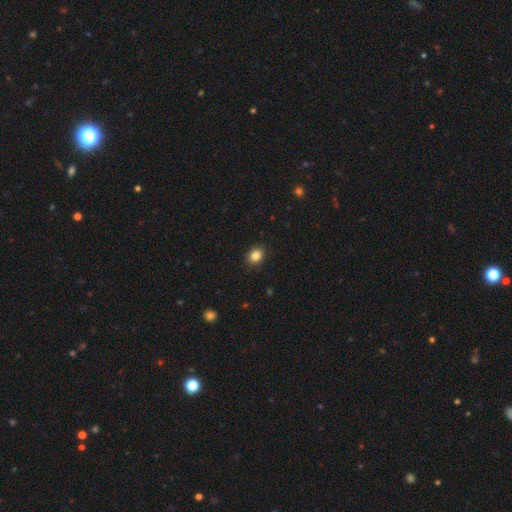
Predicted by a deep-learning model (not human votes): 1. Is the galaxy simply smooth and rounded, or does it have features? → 85% smooth, 10% star or artifact, 5% featured or disk.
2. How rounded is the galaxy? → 51% round, 48% in between, 1% cigar-shaped.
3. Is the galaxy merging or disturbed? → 89% none, 8% minor disturbance, 2% major disturbance, 1% merger.